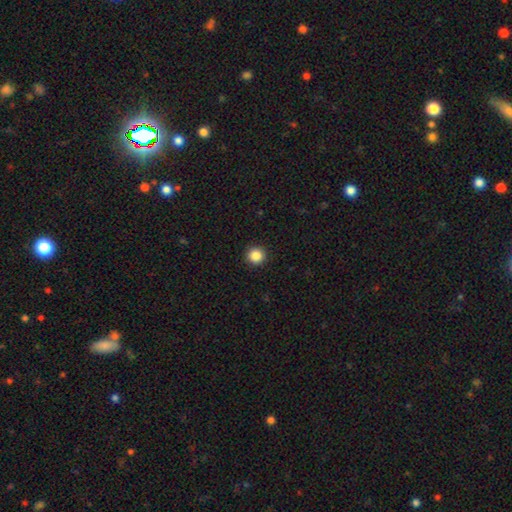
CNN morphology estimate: The model was most divided on "smooth or featured": smooth: 86%, star or artifact: 10%, featured or disk: 4%. More confident: how rounded — round (95%); merging — none (93%).